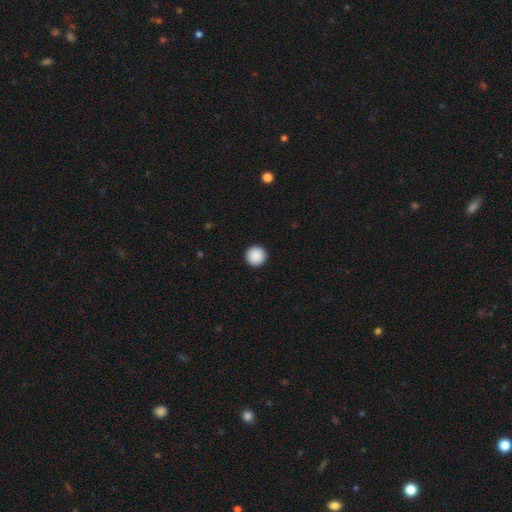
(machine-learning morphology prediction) This is clearly a smooth galaxy (90%). How rounded: clearly round (96%). Merging: clearly none (94%).